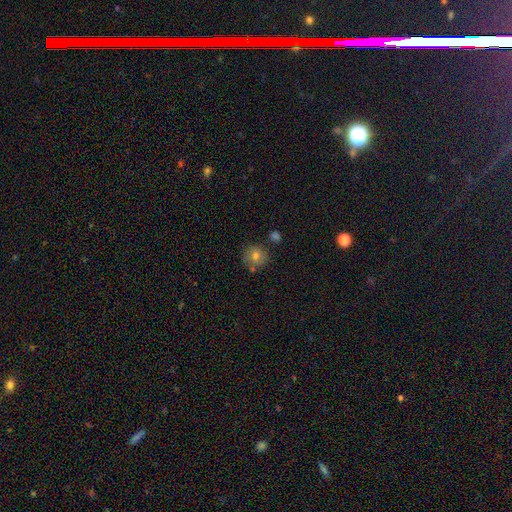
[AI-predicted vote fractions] Smooth or featured? Predicted: smooth (p=0.75). How rounded? Predicted: round (p=0.89). Merging? Predicted: none (p=0.73).